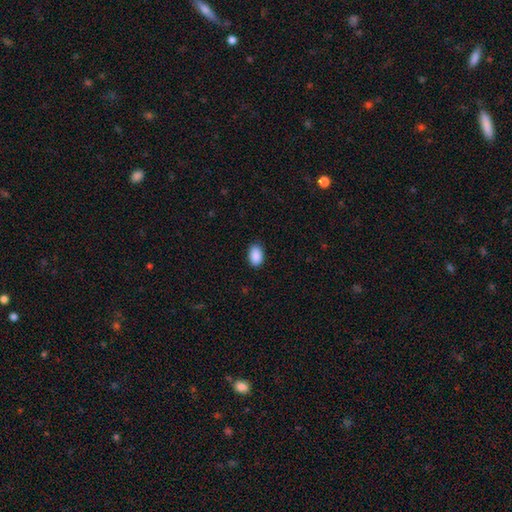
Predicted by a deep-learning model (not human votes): Smooth or featured: smooth — 91% (star or artifact — 7%)
How rounded: in between — 91% (round — 8%)
Merging: none — 88% (minor disturbance — 9%)